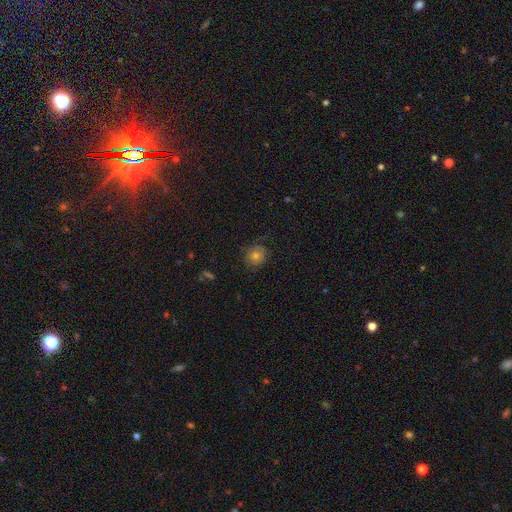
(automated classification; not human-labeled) smooth_or_featured: smooth (p=0.68) [alt: featured or disk p=0.17]
how_rounded: round (p=0.88) [alt: in between p=0.11]
merging: none (p=0.76) [alt: minor disturbance p=0.17]